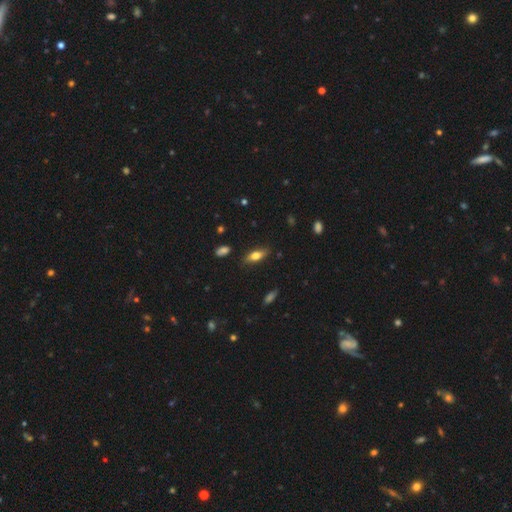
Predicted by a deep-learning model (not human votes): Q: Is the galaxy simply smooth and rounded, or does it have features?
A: smooth — 72%.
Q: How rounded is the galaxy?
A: in between — 71%.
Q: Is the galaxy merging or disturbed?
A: none — 82%.